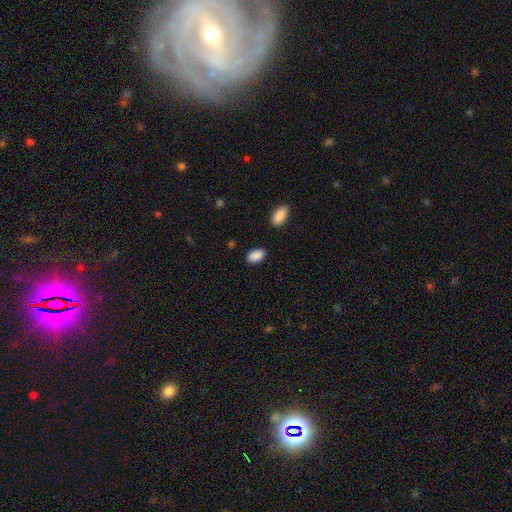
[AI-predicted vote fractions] This is clearly a smooth galaxy (89%). How rounded: clearly in between (93%). Merging: clearly none (84%).